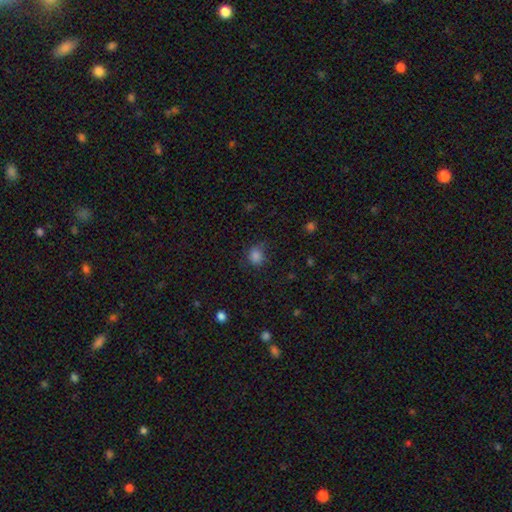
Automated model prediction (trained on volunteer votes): smooth-or-featured: smooth: 84% | star or artifact: 12% | featured or disk: 5%
  how-rounded: round: 78% | in between: 21% | cigar-shaped: 1%
  merging: none: 71% | minor disturbance: 21% | major disturbance: 7% | merger: 2%